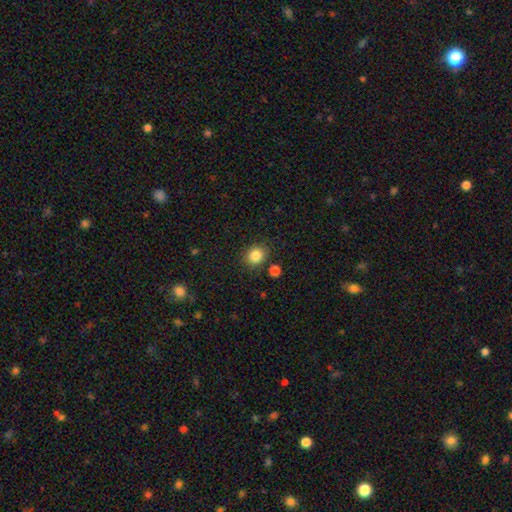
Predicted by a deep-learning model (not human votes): smooth_or_featured: smooth (p=0.85) [alt: star or artifact p=0.10]
how_rounded: round (p=0.71) [alt: in between p=0.28]
merging: none (p=0.83) [alt: minor disturbance p=0.10]